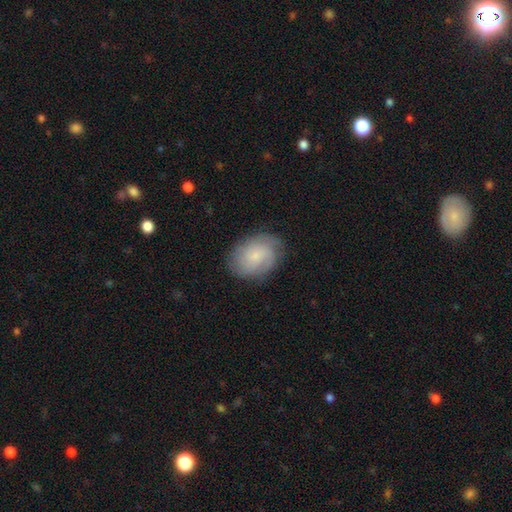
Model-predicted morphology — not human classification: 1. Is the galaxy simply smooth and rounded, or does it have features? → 51% featured or disk, 41% smooth, 8% star or artifact.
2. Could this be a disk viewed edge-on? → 97% no, 3% yes.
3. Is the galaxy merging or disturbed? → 78% none, 16% minor disturbance, 5% major disturbance, 1% merger.